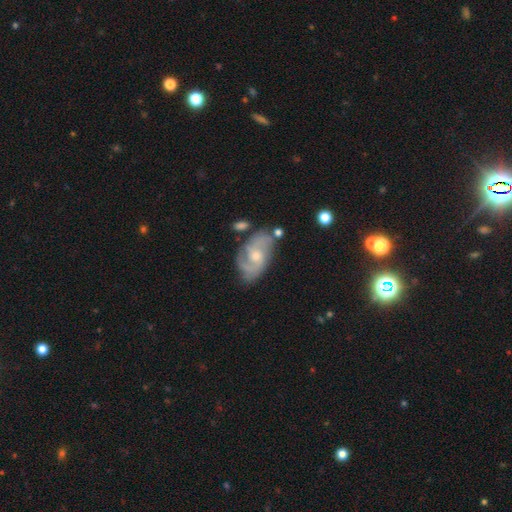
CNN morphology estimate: A featured or disk galaxy (79%) with no bar (57%), 2 (63%) medium (48%) spiral arms (93%) and a moderate central bulge (56%). Merging: none (64%).